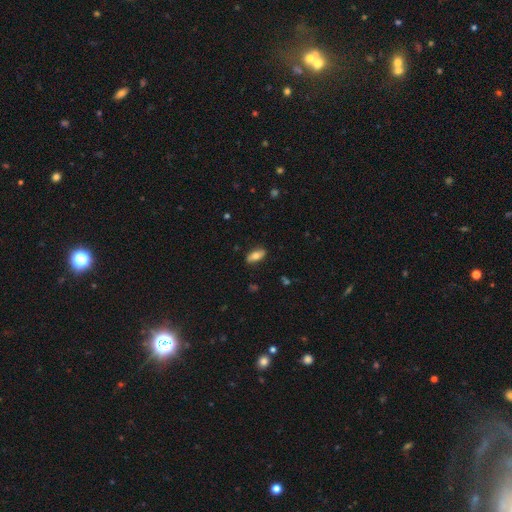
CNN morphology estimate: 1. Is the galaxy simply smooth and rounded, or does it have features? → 70% smooth, 23% featured or disk, 7% star or artifact.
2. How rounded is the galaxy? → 82% in between, 15% cigar-shaped, 4% round.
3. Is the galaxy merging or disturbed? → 84% none, 12% minor disturbance, 2% major disturbance, 1% merger.